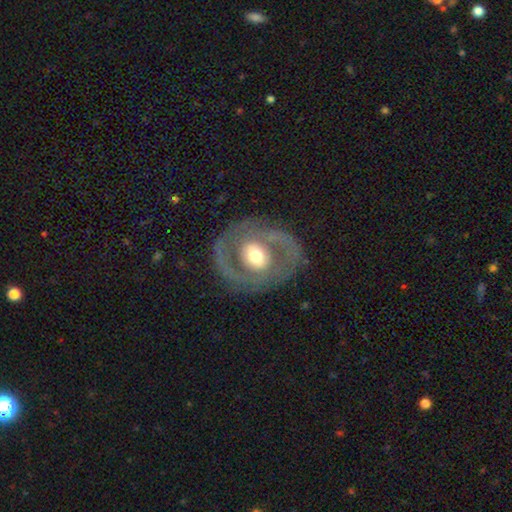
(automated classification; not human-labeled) Overall: featured or disk (74%). Edge-on disk: no (96%). Bar: no (52%; weak 31%). Spiral arms: yes (63%; no 37%). Bulge size: moderate (62%; large 25%). Merging: none (78%).